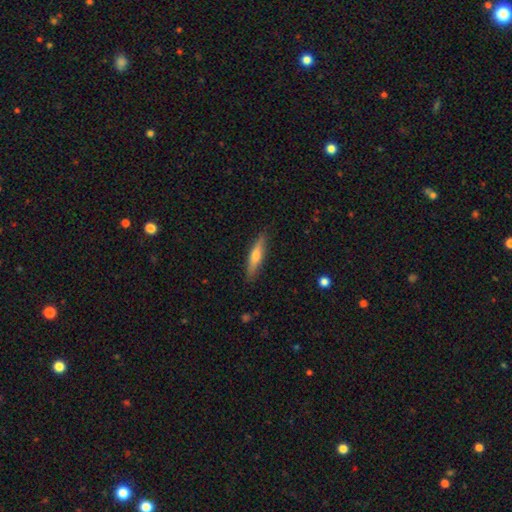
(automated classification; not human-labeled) Morphology: type=smooth (51%); roundness=cigar-shaped (83%); merging=none (88%).